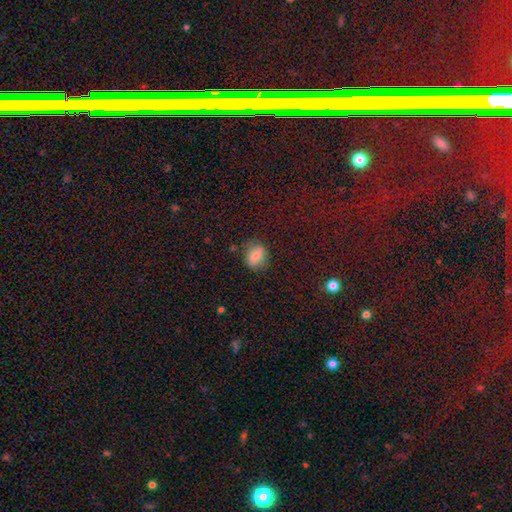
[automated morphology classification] smooth_or_featured: smooth (p=0.74) [alt: featured or disk p=0.14]
how_rounded: round (p=0.49) [tied with: in between p=0.49]
merging: none (p=0.75) [alt: minor disturbance p=0.17]